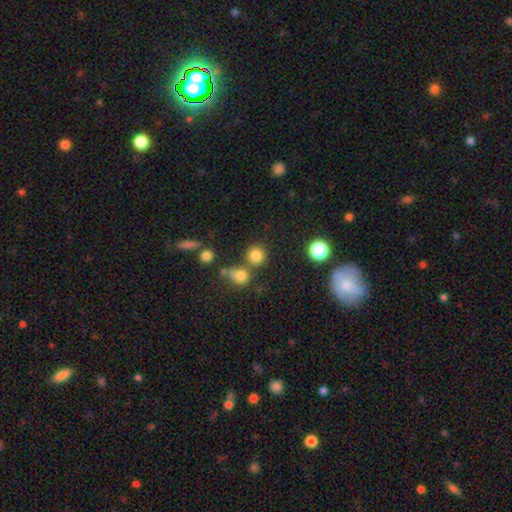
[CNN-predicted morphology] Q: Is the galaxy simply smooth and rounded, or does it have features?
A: smooth — 80%.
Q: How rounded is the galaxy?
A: round — 90%.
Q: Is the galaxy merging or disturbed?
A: none — 69%.